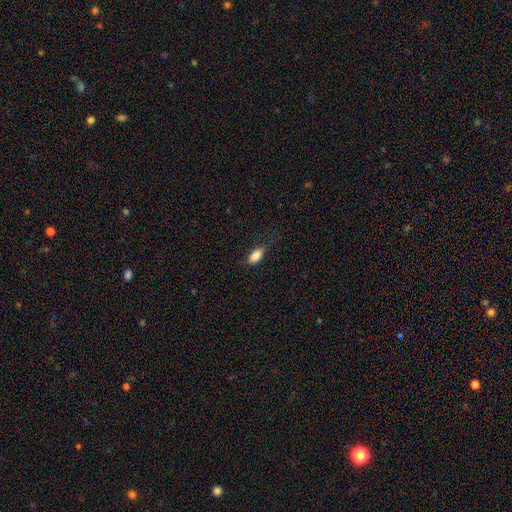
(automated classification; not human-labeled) smooth 85%, star or artifact 8%, featured or disk 7%. Down the decision tree: how rounded — in between (88%); merging — none (68%).